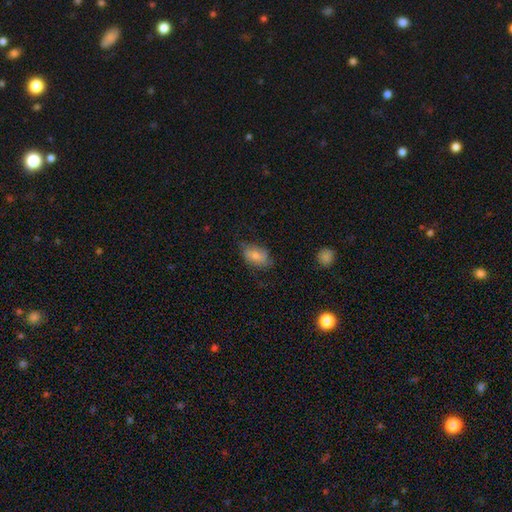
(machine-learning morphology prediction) This is likely a smooth galaxy (71%). How rounded: clearly in between (89%). Merging: likely none (62%).